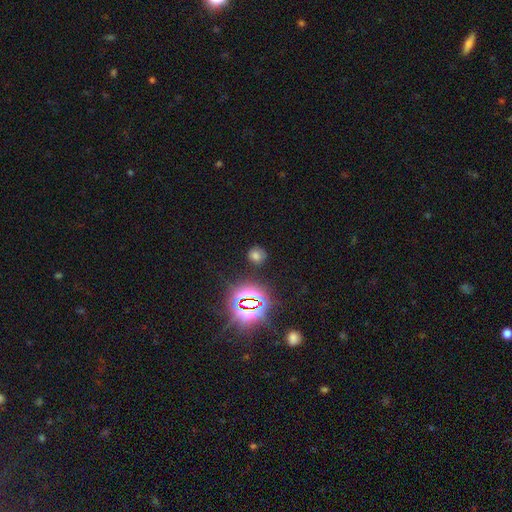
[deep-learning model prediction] Q: Smooth or featured?
A: smooth (62%); runner-up: star or artifact (30%)
Q: How rounded?
A: round (81%); runner-up: in between (18%)
Q: Merging?
A: none (80%); runner-up: minor disturbance (13%)